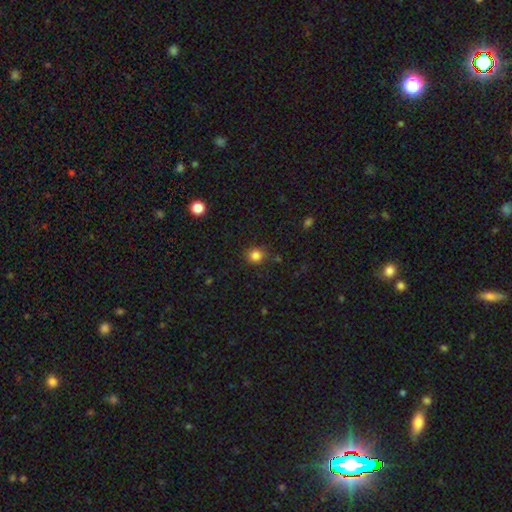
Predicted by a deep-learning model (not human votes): This is clearly a smooth galaxy (84%). How rounded: clearly round (88%). Merging: clearly none (86%).